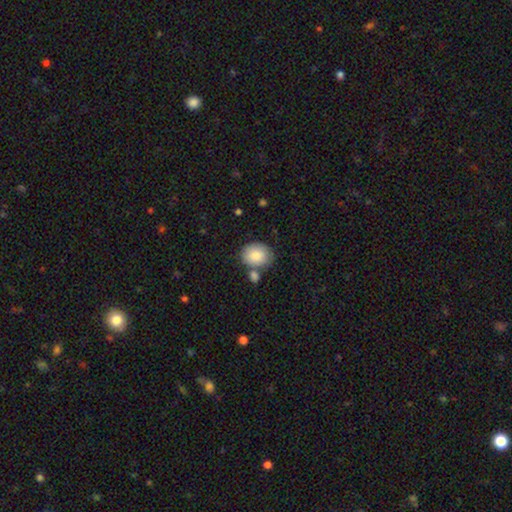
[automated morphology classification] Smooth or featured? Predicted: smooth (p=0.86). How rounded? Predicted: round (p=0.53). Merging? Predicted: none (p=0.63).